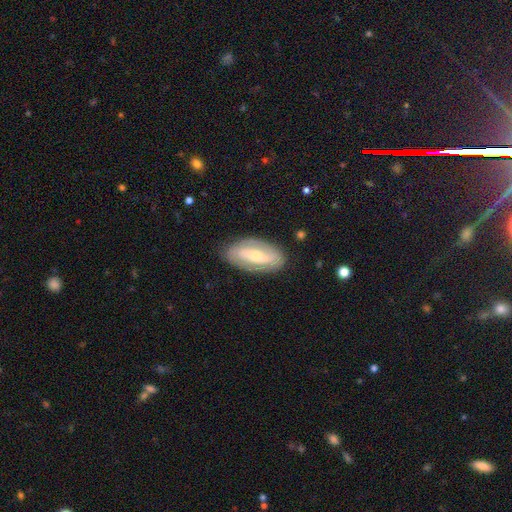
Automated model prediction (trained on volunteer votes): A featured or disk galaxy (70%) with a strong bar (42%), spiral arms (75%) and a small central bulge (49%). Merging: none (83%).